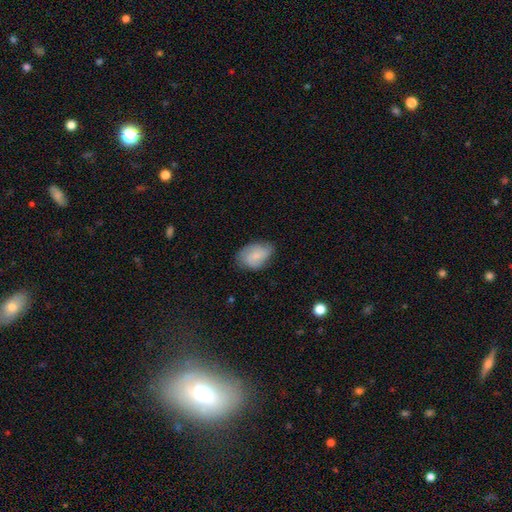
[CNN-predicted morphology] A smooth galaxy with no disk features (52%) that is in between round and cigar-shaped (84%).

Vote fractions:
- Smooth or featured? smooth: 52% / featured or disk: 40% / star or artifact: 7%
- How rounded? in between: 84% / round: 15% / cigar-shaped: 2%
- Merging? none: 70% / minor disturbance: 23% / major disturbance: 6% / merger: 1%